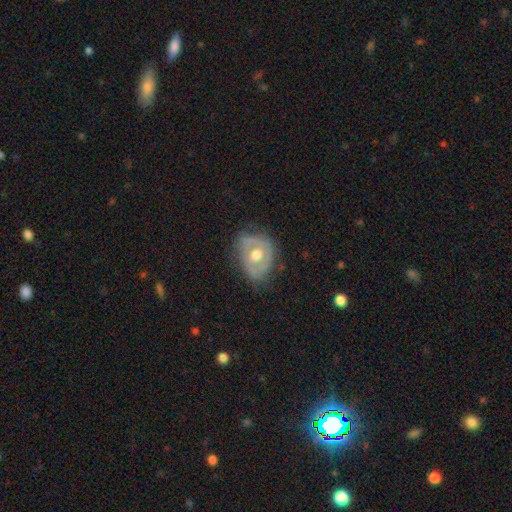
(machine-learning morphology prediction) Smooth or featured?
  - featured or disk: 61% *
  - smooth: 33%
  - star or artifact: 6%
Edge-on disk?
  - no: 95% *
  - yes: 5%
Bar?
  - no: 69% *
  - weak: 24%
  - strong: 7%
Spiral arms?
  - no: 63% *
  - yes: 37%
Bulge size?
  - moderate: 76% *
  - large: 15%
  - small: 7%
  - none: 1%
  - dominant: 1%
Merging?
  - none: 59% *
  - minor disturbance: 29%
  - major disturbance: 10%
  - merger: 2%